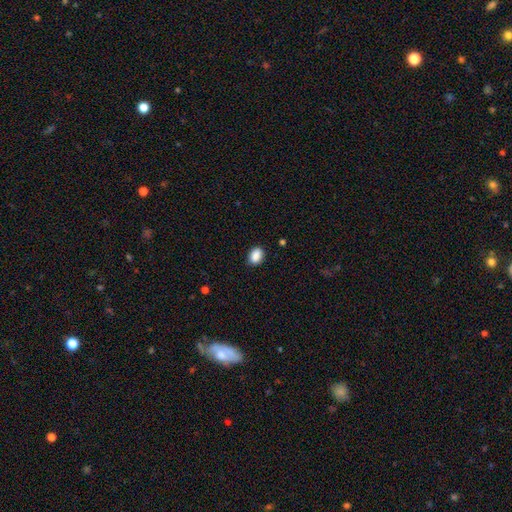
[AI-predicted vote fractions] Smooth or featured: smooth — 89% (star or artifact — 8%)
How rounded: in between — 77% (round — 22%)
Merging: none — 87% (minor disturbance — 9%)